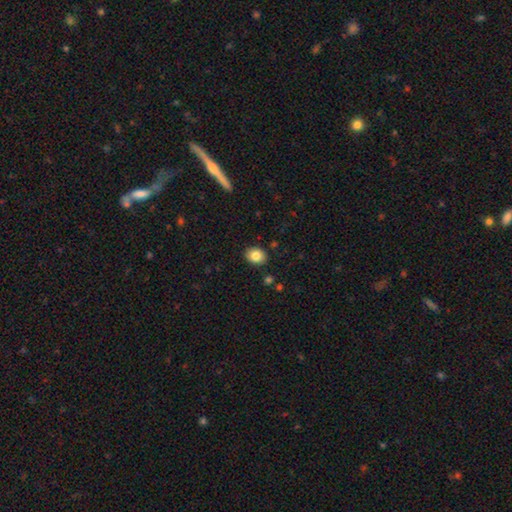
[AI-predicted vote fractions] Smooth or featured? Predicted: smooth (p=0.84). How rounded? Predicted: in between (p=0.53). Merging? Predicted: none (p=0.88).